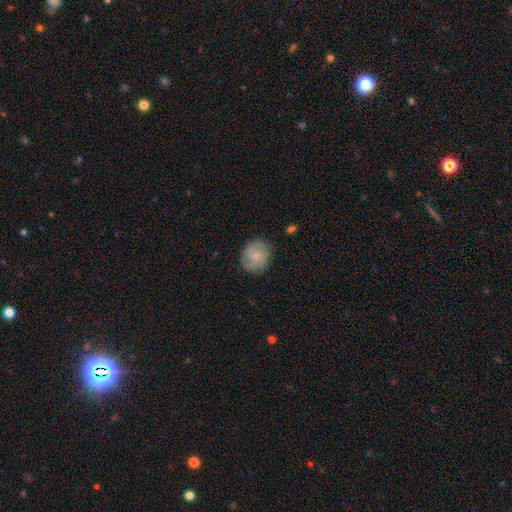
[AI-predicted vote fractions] A smooth galaxy with no disk features (48%).

Vote fractions:
- Smooth or featured? smooth: 48% / featured or disk: 45% / star or artifact: 7%
- Merging? none: 80% / minor disturbance: 15% / major disturbance: 4% / merger: 1%